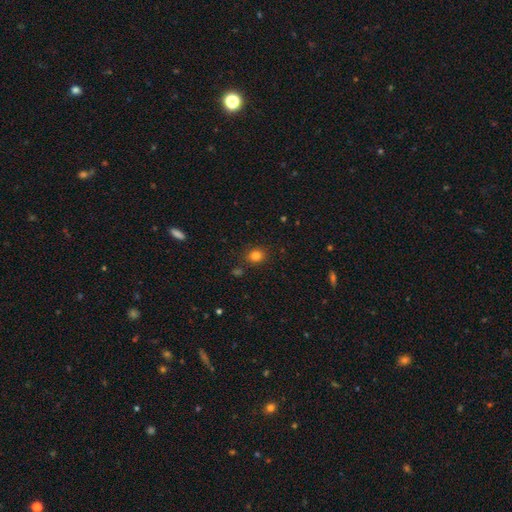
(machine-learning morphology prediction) smooth-or-featured: smooth: 81% | star or artifact: 13% | featured or disk: 5%
  how-rounded: round: 68% | in between: 31% | cigar-shaped: 1%
  merging: none: 85% | minor disturbance: 9% | merger: 3% | major disturbance: 3%